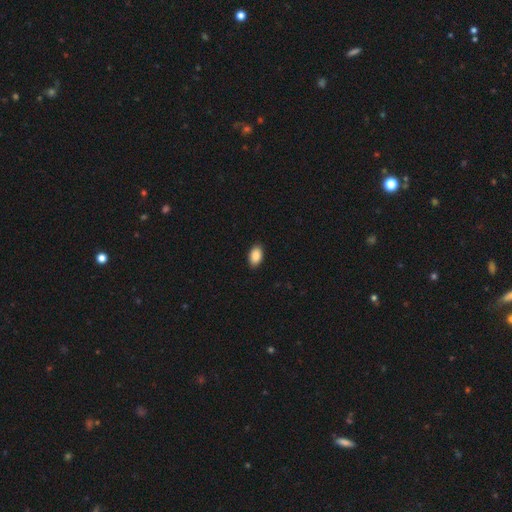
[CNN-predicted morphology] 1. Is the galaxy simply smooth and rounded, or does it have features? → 90% smooth, 7% star or artifact, 3% featured or disk.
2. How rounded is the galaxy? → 92% in between, 6% round, 1% cigar-shaped.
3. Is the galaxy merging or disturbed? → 89% none, 9% minor disturbance, 2% major disturbance, 1% merger.